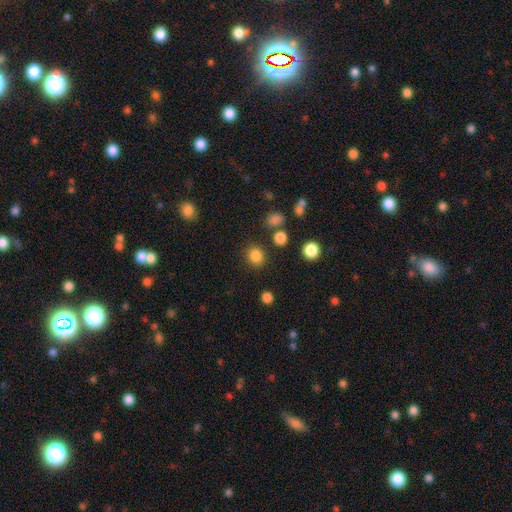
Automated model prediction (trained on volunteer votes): The model was most divided on "how rounded": round: 77%, in between: 22%, cigar-shaped: 1%. More confident: merging — none (85%); smooth or featured — smooth (84%).